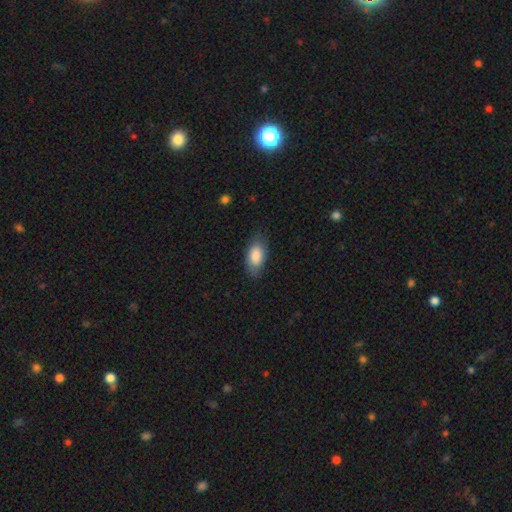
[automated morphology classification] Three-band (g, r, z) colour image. It shows a smooth galaxy with no disk features (84%) that is in between round and cigar-shaped (92%). Merging: none (75%).